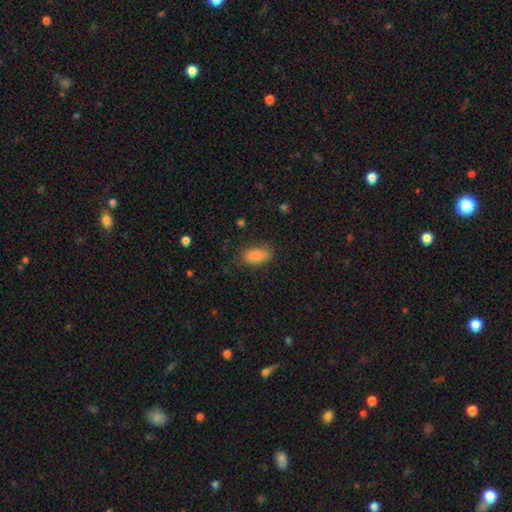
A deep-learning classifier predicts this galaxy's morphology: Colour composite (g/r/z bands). It shows a smooth galaxy with no disk features (85%) that is in between round and cigar-shaped (91%). Merging: none (75%).